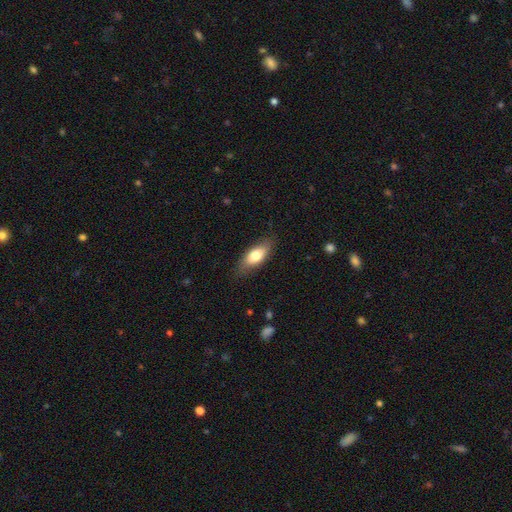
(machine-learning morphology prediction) Q: Smooth or featured?
A: smooth (74%); runner-up: featured or disk (20%)
Q: How rounded?
A: in between (80%); runner-up: cigar-shaped (17%)
Q: Merging?
A: none (79%); runner-up: minor disturbance (16%)